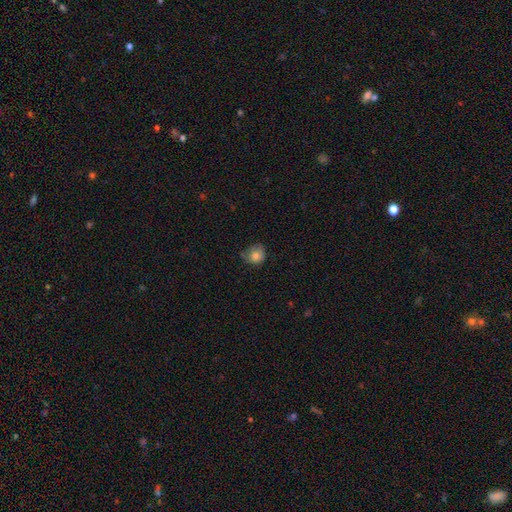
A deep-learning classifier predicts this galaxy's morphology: Q: Smooth or featured?
A: smooth (79%); runner-up: featured or disk (11%)
Q: How rounded?
A: round (77%); runner-up: in between (22%)
Q: Merging?
A: none (56%); runner-up: minor disturbance (33%)